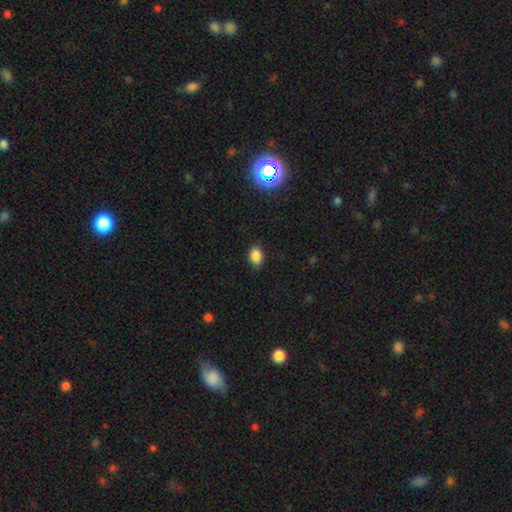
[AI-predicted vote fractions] Smooth or featured: smooth — 86% (star or artifact — 10%)
How rounded: in between — 81% (round — 18%)
Merging: none — 84% (minor disturbance — 12%)